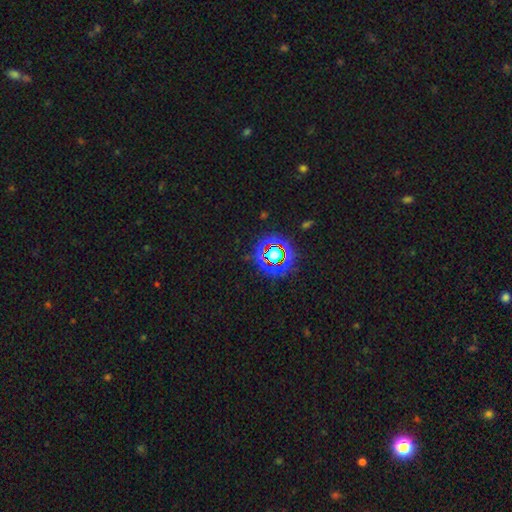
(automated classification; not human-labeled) Overall: star or artifact (77%).